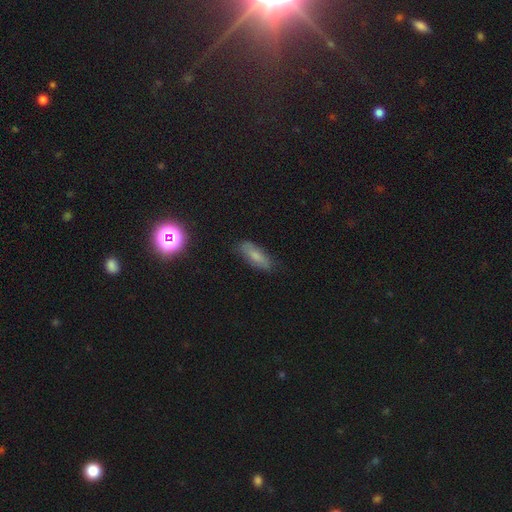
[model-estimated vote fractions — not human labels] smooth-or-featured: smooth: 68% | featured or disk: 20% | star or artifact: 12%
  how-rounded: in between: 63% | cigar-shaped: 34% | round: 3%
  merging: none: 79% | minor disturbance: 16% | major disturbance: 4% | merger: 2%